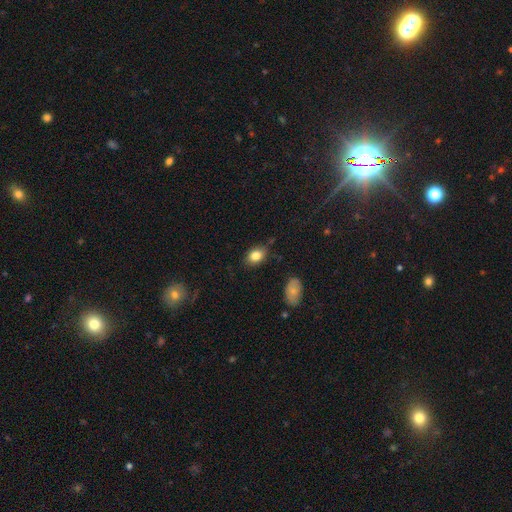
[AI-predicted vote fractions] Overall: smooth (84%). How rounded: in between (83%). Merging: none (79%).